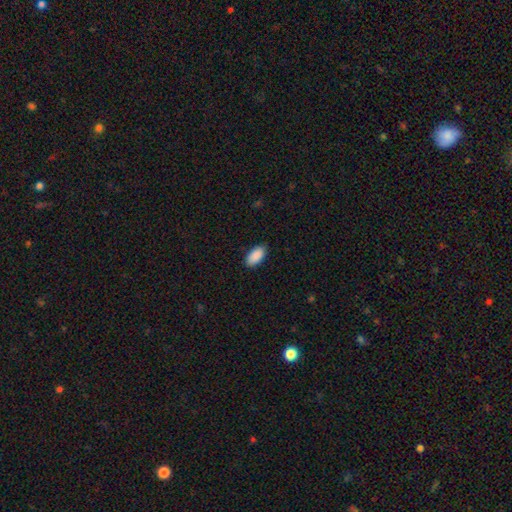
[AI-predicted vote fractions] Smooth or featured? smooth (91%)
How rounded? in between (94%)
Merging? none (87%)